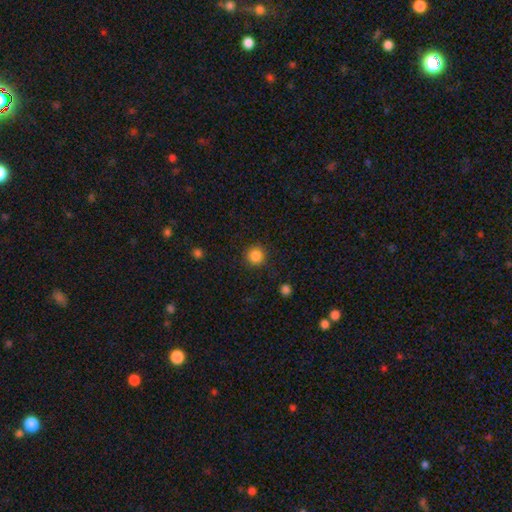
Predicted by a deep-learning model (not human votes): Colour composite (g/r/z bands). It shows a smooth galaxy with no disk features (85%) that is round (94%). Merging: none (90%).